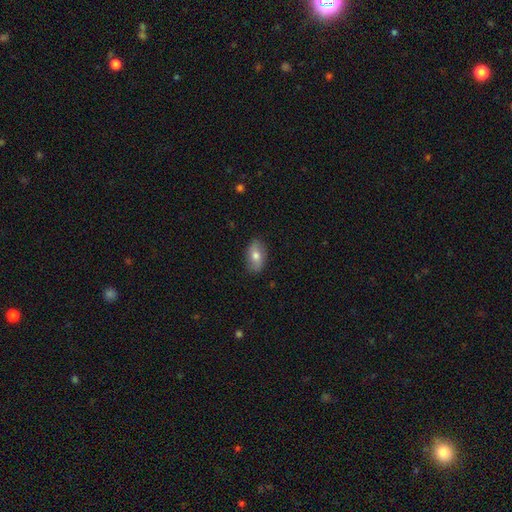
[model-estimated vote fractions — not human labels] A smooth galaxy with no disk features (70%) that is in between round and cigar-shaped (88%).

Vote fractions:
- Smooth or featured? smooth: 70% / featured or disk: 23% / star or artifact: 7%
- How rounded? in between: 88% / round: 9% / cigar-shaped: 3%
- Merging? none: 85% / minor disturbance: 12% / major disturbance: 2% / merger: 1%